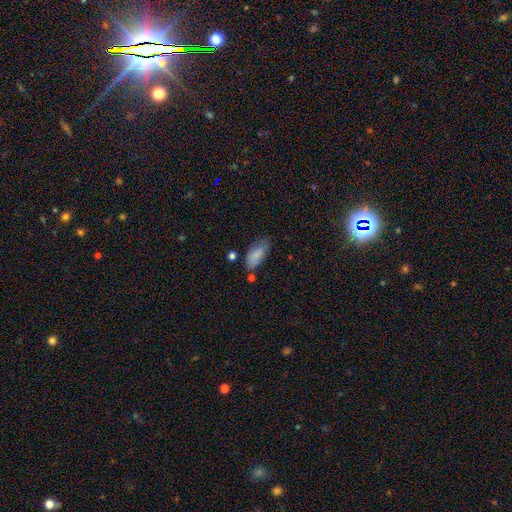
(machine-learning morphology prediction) A smooth galaxy with no disk features (85%) that is in between round and cigar-shaped (87%). Merging: none (60%).